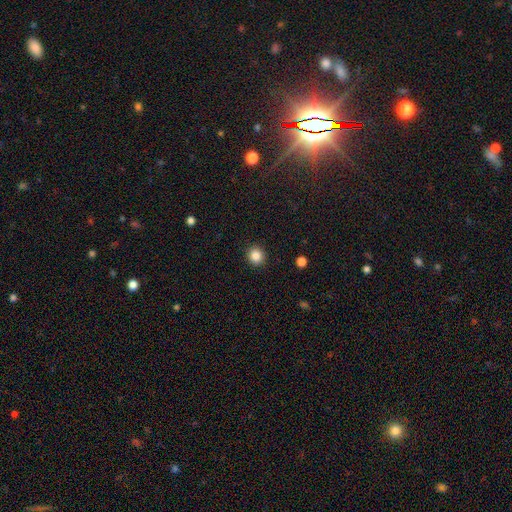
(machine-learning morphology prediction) A smooth galaxy with no disk features (86%) that is round (91%).

Vote fractions:
- Smooth or featured? smooth: 86% / star or artifact: 11% / featured or disk: 4%
- How rounded? round: 91% / in between: 8% / cigar-shaped: 1%
- Merging? none: 92% / minor disturbance: 5% / major disturbance: 2% / merger: 1%